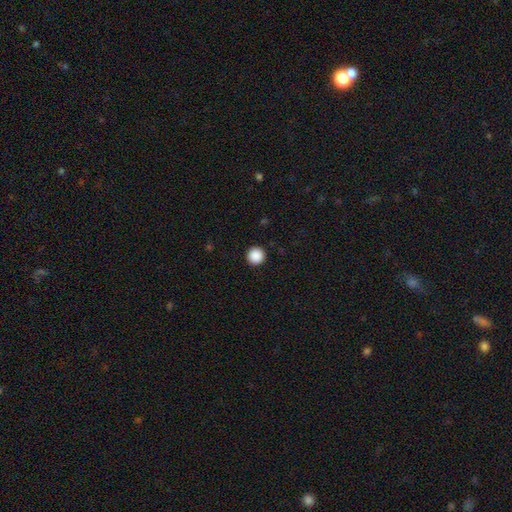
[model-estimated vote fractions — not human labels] Smooth or featured? Predicted: smooth (p=0.89). How rounded? Predicted: round (p=0.96). Merging? Predicted: none (p=0.93).